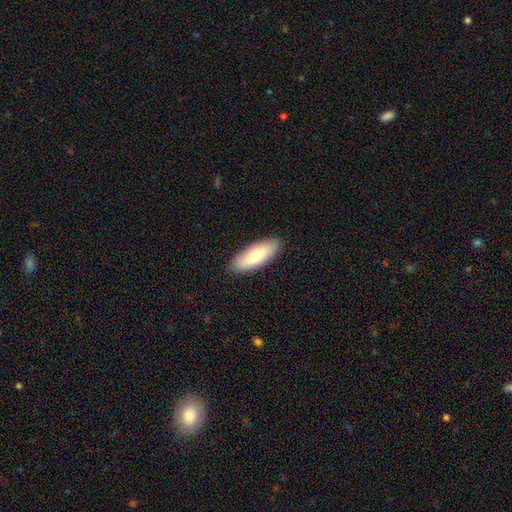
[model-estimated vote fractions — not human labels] Smooth or featured: smooth — 75% (featured or disk — 19%)
How rounded: in between — 69% (cigar-shaped — 29%)
Merging: none — 89% (minor disturbance — 8%)